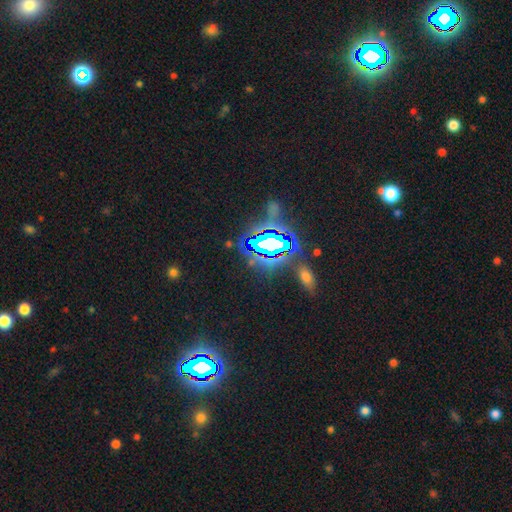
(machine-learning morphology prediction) The model was most divided on "smooth or featured": star or artifact: 81%, smooth: 11%, featured or disk: 8%.